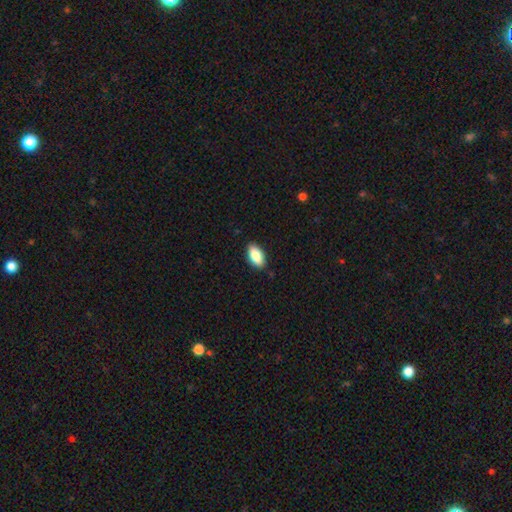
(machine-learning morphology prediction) type=smooth (86%); roundness=in between (91%); merging=none (87%).